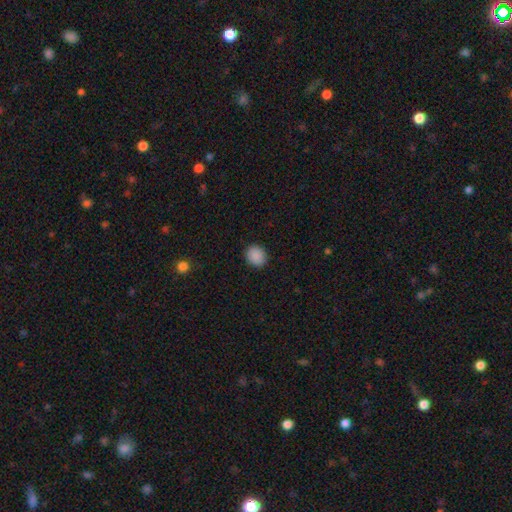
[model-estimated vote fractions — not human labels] Overall: smooth (89%). How rounded: round (69%; in between 30%). Merging: none (89%).